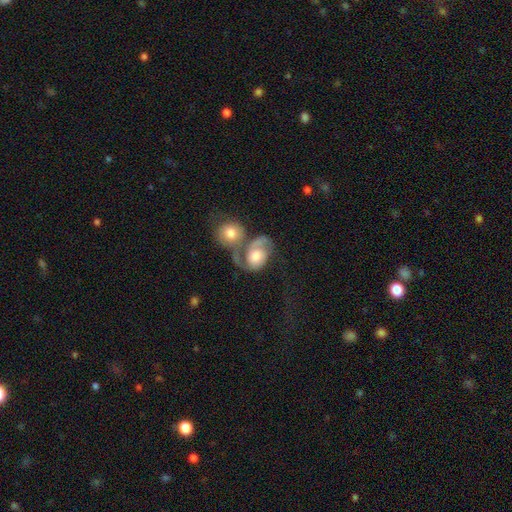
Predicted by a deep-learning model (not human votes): Smooth or featured?
  - featured or disk: 56% *
  - smooth: 37%
  - star or artifact: 7%
Edge-on disk?
  - no: 97% *
  - yes: 3%
Bar?
  - no: 77% *
  - weak: 19%
  - strong: 4%
Spiral arms?
  - yes: 78% *
  - no: 22%
Bulge size?
  - moderate: 51% *
  - large: 30%
  - small: 11%
  - none: 4%
  - dominant: 4%
Merging?
  - merger: 59% *
  - major disturbance: 16%
  - none: 15%
  - minor disturbance: 9%